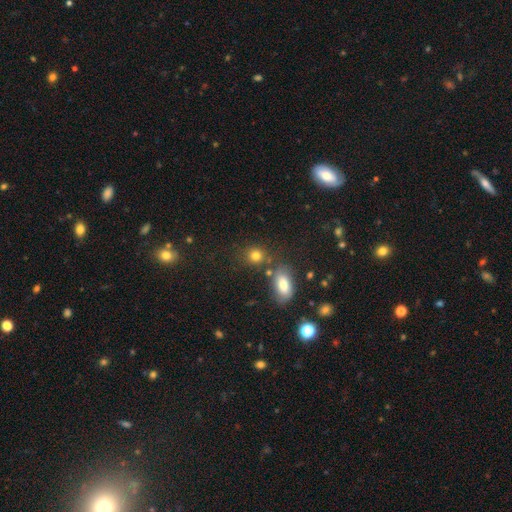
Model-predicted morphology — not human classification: A smooth galaxy with no disk features (80%) that is round (74%). Merging: none (70%).